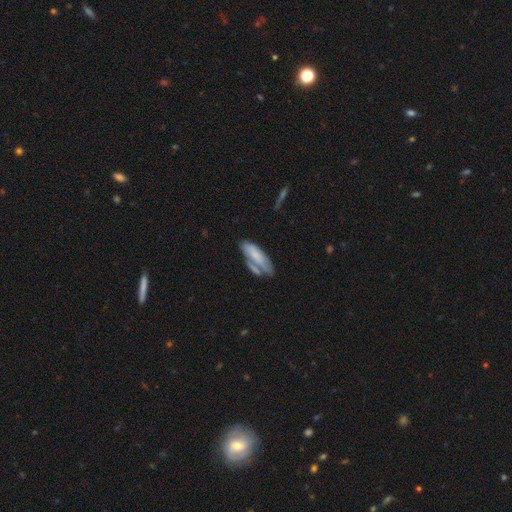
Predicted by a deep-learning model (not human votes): This is likely a smooth galaxy (66%). How rounded: likely in between (67%). Merging: marginally none (42%).